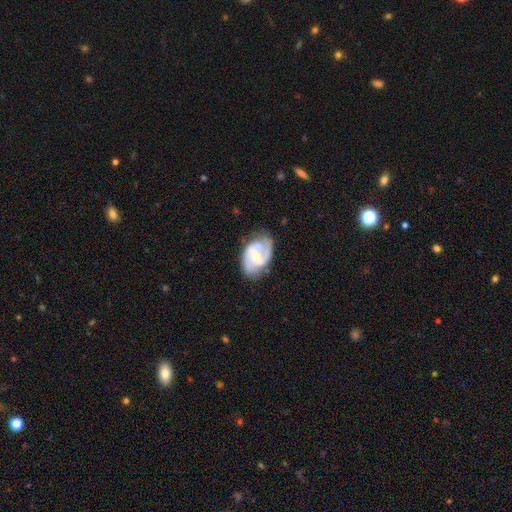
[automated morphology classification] A featured or disk galaxy (79%) with a weak bar (49%), 2 (77%) medium (48%) spiral arms (92%) and a small central bulge (59%).

Vote fractions:
- Smooth or featured? featured or disk: 79% / smooth: 16% / star or artifact: 5%
- Edge-on disk? no: 97% / yes: 3%
- Bar? weak: 49% / no: 31% / strong: 20%
- Spiral arms? yes: 92% / no: 8%
- Spiral winding? medium: 48% / tight: 35% / loose: 17%
- Spiral arm count? 2: 77% / can't tell: 12% / 3: 4% / 1: 4% / 4: 1% / more than 4: 1%
- Bulge size? small: 59% / moderate: 32% / none: 6% / large: 2% / dominant: 1%
- Merging? none: 67% / minor disturbance: 22% / major disturbance: 9% / merger: 2%